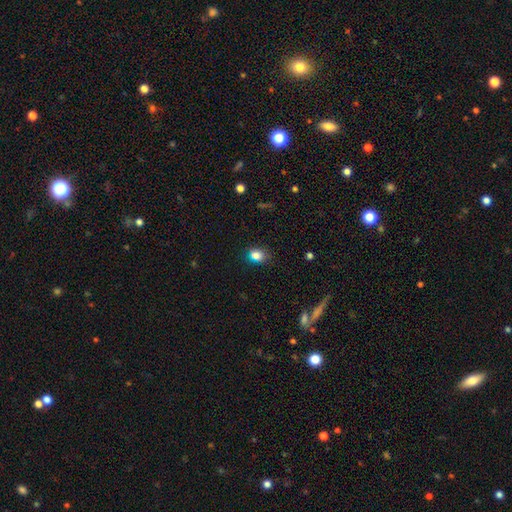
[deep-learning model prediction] A smooth galaxy with no disk features (80%) that is in between round and cigar-shaped (62%). Merging: none (74%).